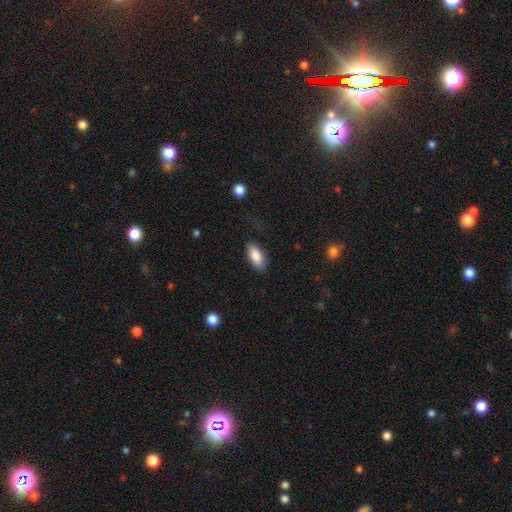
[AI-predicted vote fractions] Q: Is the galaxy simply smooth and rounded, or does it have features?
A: smooth — 86%.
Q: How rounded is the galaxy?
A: in between — 87%.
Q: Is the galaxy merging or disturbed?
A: none — 83%.